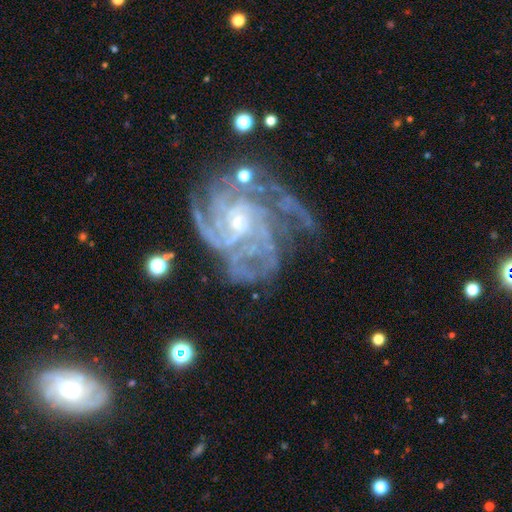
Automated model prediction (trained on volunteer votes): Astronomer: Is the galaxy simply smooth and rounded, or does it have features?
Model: featured or disk — 89%.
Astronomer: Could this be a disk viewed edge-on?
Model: no — 97%.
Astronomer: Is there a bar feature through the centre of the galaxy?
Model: no — 54% (runner-up: weak, 33%).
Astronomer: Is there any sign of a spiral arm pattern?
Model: yes — 98%.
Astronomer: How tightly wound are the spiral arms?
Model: tight — 66%.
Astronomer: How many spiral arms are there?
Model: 4 — 30% (runner-up: can't tell, 20%).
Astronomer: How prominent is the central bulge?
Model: small — 64%.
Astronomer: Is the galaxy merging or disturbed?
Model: none — 60%.